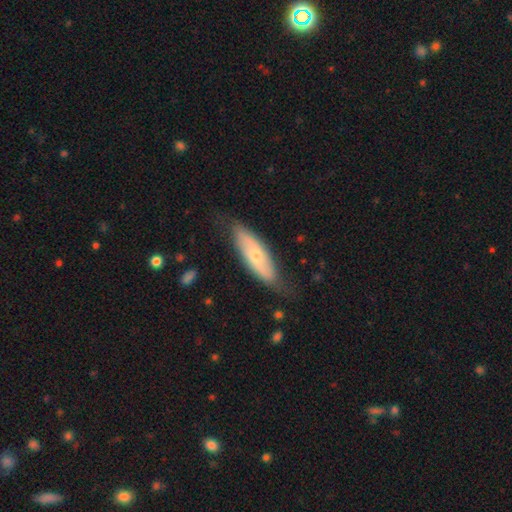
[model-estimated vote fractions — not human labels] A smooth galaxy with no disk features (53%) that is in between round and cigar-shaped (53%).

Vote fractions:
- Smooth or featured? smooth: 53% / featured or disk: 41% / star or artifact: 6%
- How rounded? in between: 53% / cigar-shaped: 45% / round: 2%
- Merging? none: 69% / minor disturbance: 23% / major disturbance: 6% / merger: 2%